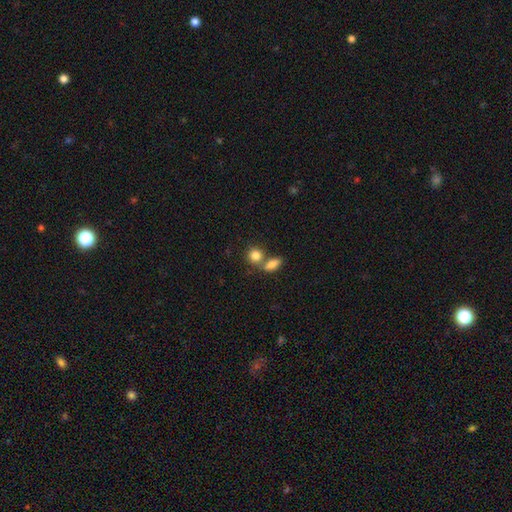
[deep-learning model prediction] Smooth or featured: smooth — 84% (star or artifact — 9%)
How rounded: round — 73% (in between — 25%)
Merging: none — 48% (merger — 40%)